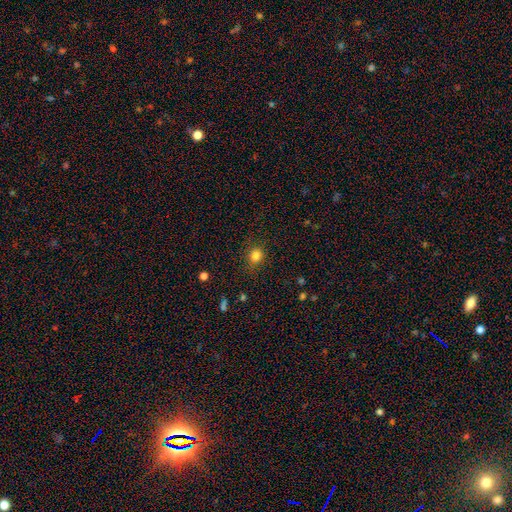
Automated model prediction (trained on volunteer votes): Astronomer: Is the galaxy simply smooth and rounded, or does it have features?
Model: smooth — 82%.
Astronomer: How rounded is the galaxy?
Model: round — 79%.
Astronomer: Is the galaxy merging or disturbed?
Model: none — 85%.